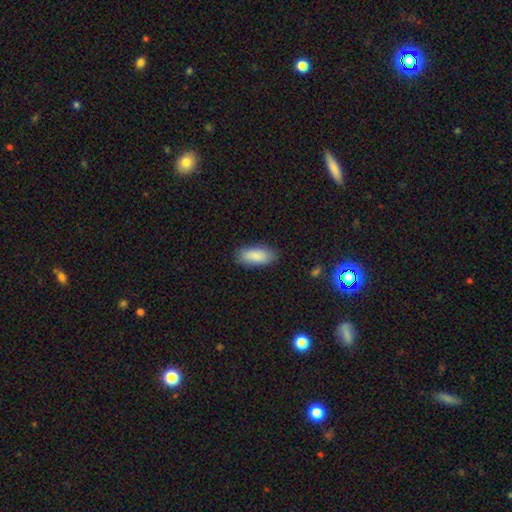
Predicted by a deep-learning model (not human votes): A smooth galaxy with no disk features (88%) that is in between round and cigar-shaped (87%). Merging: none (84%).